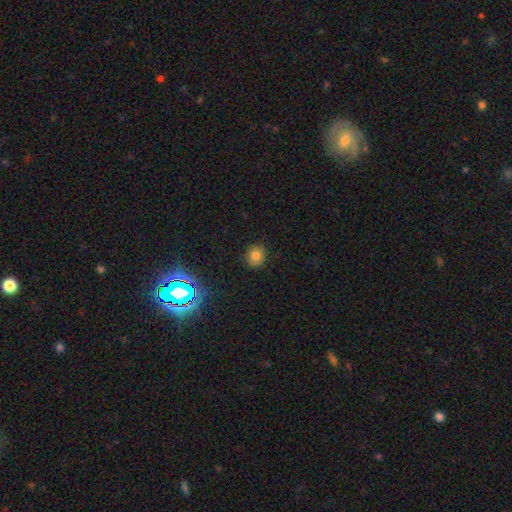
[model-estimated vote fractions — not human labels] smooth-or-featured: smooth: 79% | star or artifact: 14% | featured or disk: 7%
  how-rounded: round: 81% | in between: 18% | cigar-shaped: 1%
  merging: none: 89% | minor disturbance: 8% | major disturbance: 2% | merger: 1%